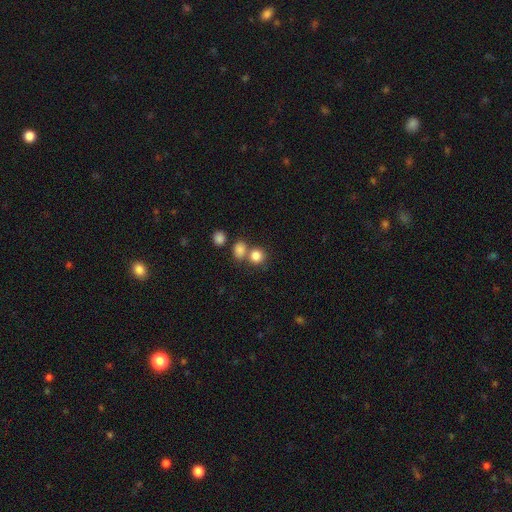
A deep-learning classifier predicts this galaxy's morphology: A smooth galaxy with no disk features (82%) that is round (83%). Merging: none (57%).